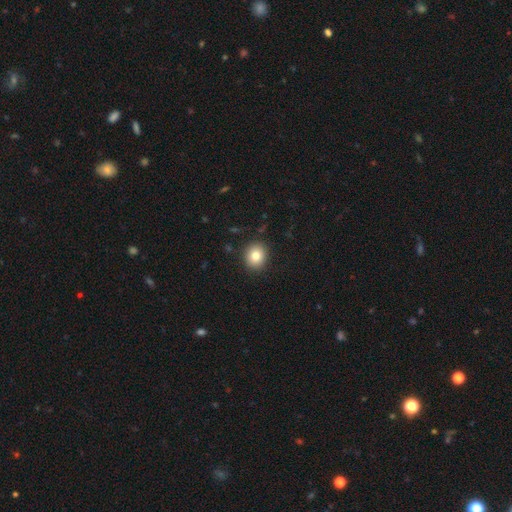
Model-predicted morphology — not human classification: Smooth or featured? Predicted: smooth (p=0.81). How rounded? Predicted: round (p=0.76). Merging? Predicted: none (p=0.89).